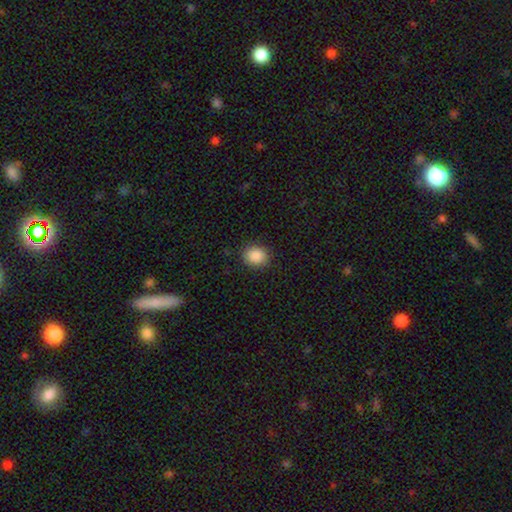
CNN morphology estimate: This appears to be a smooth galaxy with no disk features (88%) that is round (71%). Merging: none (88%).